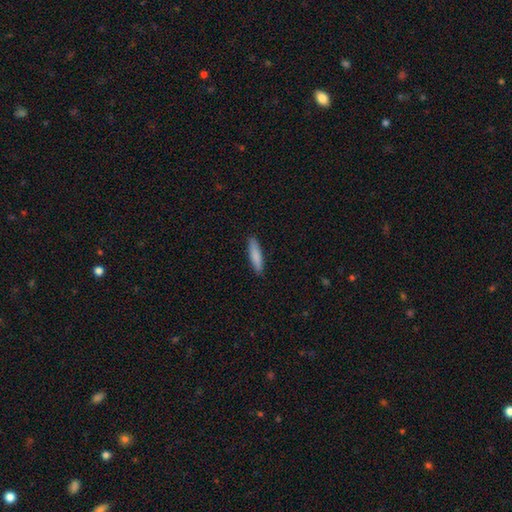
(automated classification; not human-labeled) Q: Smooth or featured?
A: smooth (84%); runner-up: featured or disk (11%)
Q: How rounded?
A: cigar-shaped (80%); runner-up: in between (18%)
Q: Merging?
A: none (89%); runner-up: minor disturbance (8%)